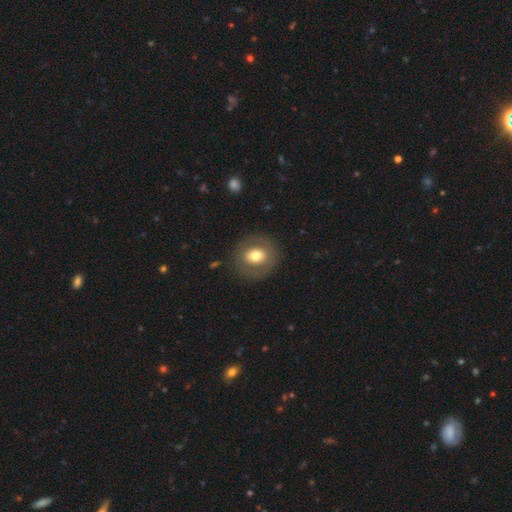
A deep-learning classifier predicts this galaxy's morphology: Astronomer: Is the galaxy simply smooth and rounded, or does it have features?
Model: smooth — 62%.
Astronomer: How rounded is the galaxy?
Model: round — 79%.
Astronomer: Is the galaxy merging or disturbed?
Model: none — 85%.